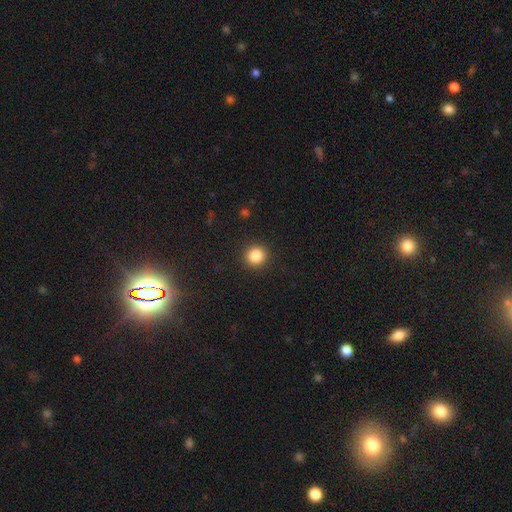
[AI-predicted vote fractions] Overall: smooth (85%). How rounded: round (92%). Merging: none (92%).